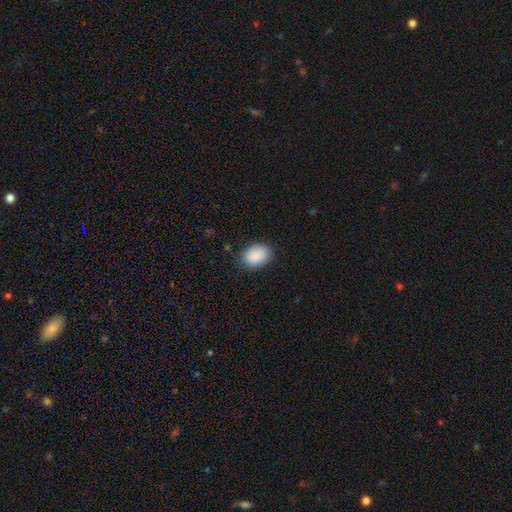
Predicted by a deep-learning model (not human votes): Smooth or featured? smooth (89%)
How rounded? in between (75%)
Merging? none (83%)